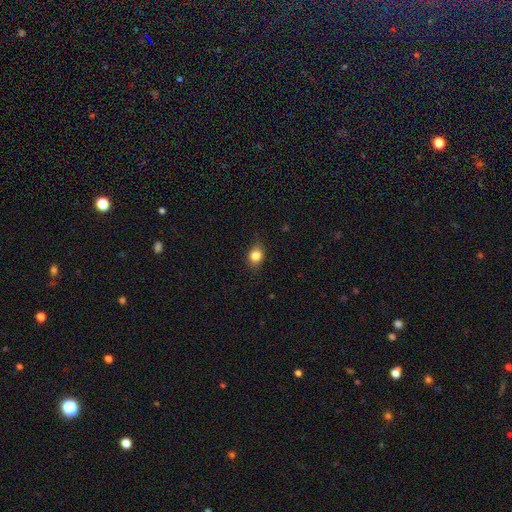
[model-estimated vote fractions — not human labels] smooth 83%, star or artifact 10%, featured or disk 7%. Down the decision tree: how rounded — round (57%); merging — none (80%).